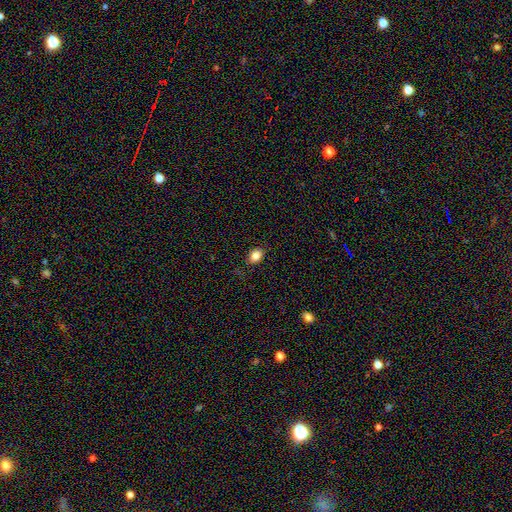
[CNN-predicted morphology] smooth_or_featured: smooth (p=0.84) [alt: star or artifact p=0.10]
how_rounded: in between (p=0.64) [alt: round p=0.35]
merging: none (p=0.85) [alt: minor disturbance p=0.11]